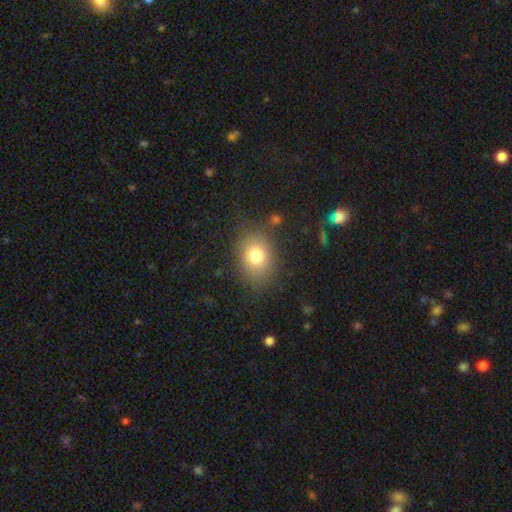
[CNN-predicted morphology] Q: Smooth or featured?
A: smooth (77%); runner-up: star or artifact (12%)
Q: How rounded?
A: in between (58%); runner-up: round (40%)
Q: Merging?
A: none (79%); runner-up: minor disturbance (14%)